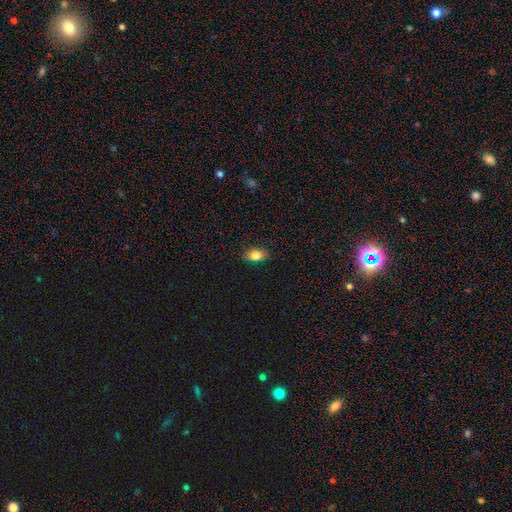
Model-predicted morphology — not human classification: A smooth galaxy with no disk features (82%) that is in between round and cigar-shaped (82%). Merging: none (85%).